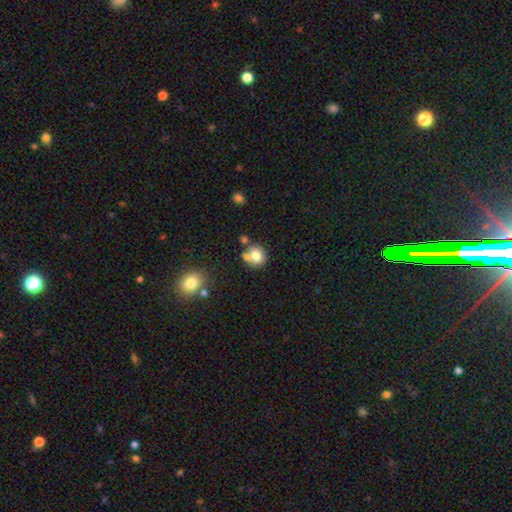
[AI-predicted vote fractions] The model was most divided on "merging": none: 60%, merger: 24%, minor disturbance: 12%, major disturbance: 4%. More confident: how rounded — round (86%); smooth or featured — smooth (76%).